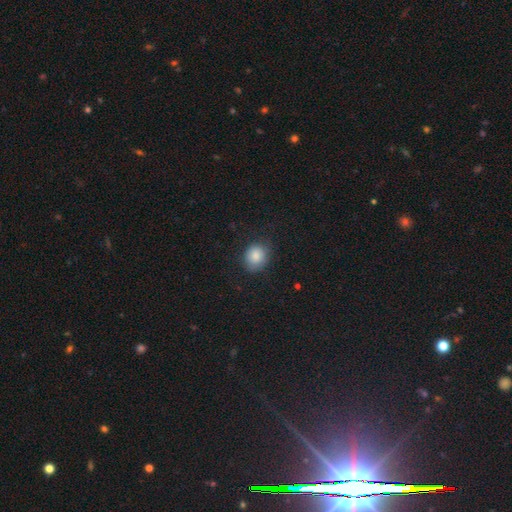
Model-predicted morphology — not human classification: type=smooth (86%); roundness=round (68%); merging=none (79%).